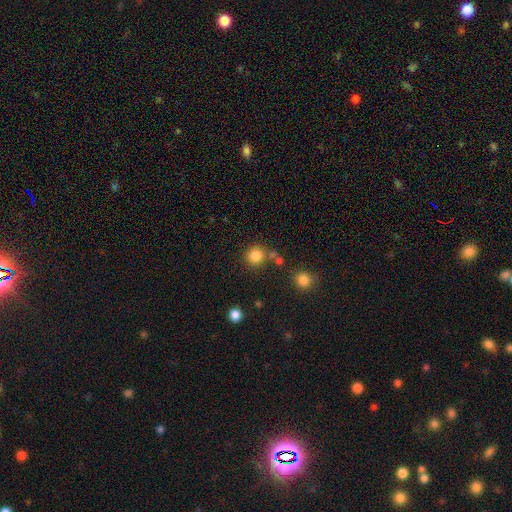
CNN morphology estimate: Overall: smooth (83%). How rounded: round (91%). Merging: none (76%).